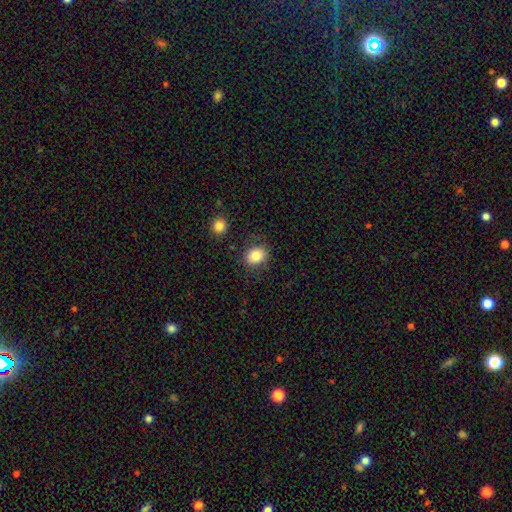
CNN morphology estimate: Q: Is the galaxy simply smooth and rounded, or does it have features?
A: smooth — 83%.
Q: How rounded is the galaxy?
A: round — 55%.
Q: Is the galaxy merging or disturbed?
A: none — 80%.